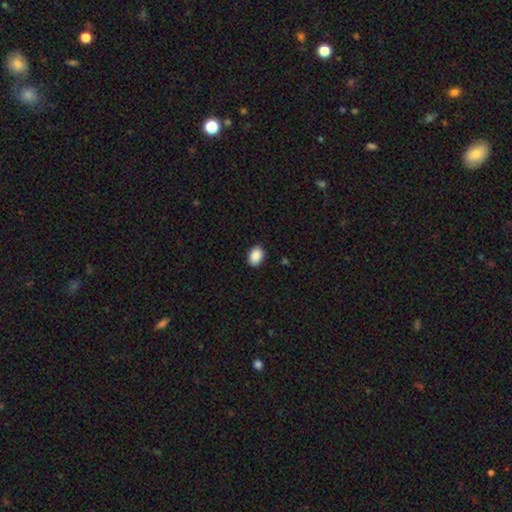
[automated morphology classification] Smooth or featured: smooth — 89% (star or artifact — 8%)
How rounded: in between — 79% (round — 20%)
Merging: none — 89% (minor disturbance — 8%)